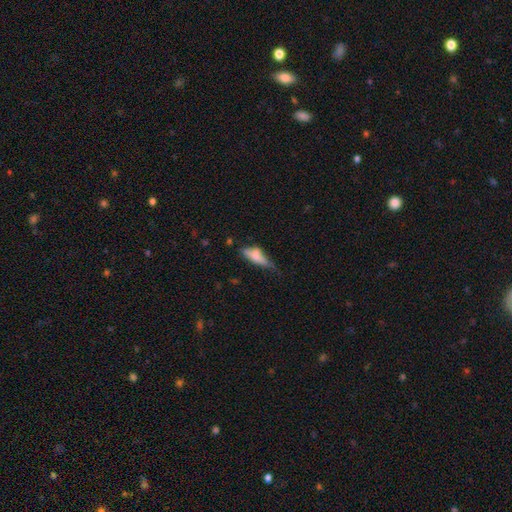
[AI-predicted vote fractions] smooth_or_featured: smooth (p=0.60) [alt: featured or disk p=0.31]
how_rounded: in between (p=0.53) [alt: cigar-shaped p=0.44]
merging: none (p=0.36) [tied with: minor disturbance p=0.36]